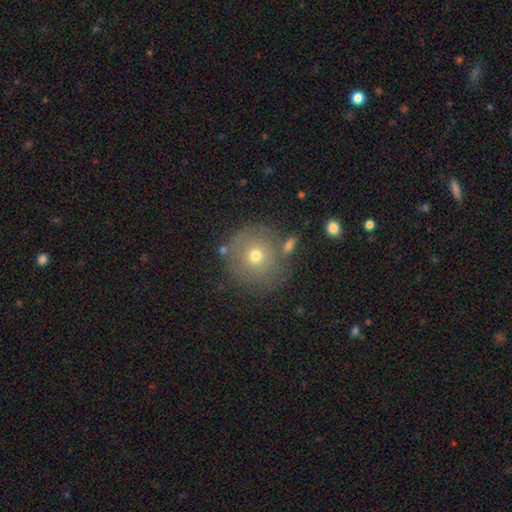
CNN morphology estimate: Smooth or featured?
  - smooth: 65% *
  - featured or disk: 23%
  - star or artifact: 12%
How rounded?
  - round: 92% *
  - in between: 7%
  - cigar-shaped: 1%
Merging?
  - none: 75% *
  - minor disturbance: 13%
  - merger: 6%
  - major disturbance: 5%